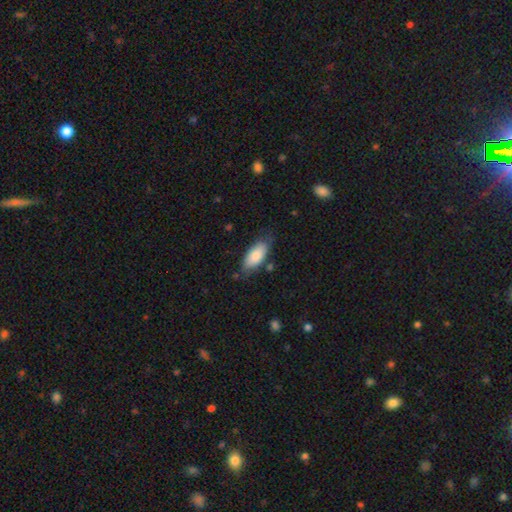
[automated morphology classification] Smooth or featured: smooth — 82% (featured or disk — 12%)
How rounded: in between — 87% (cigar-shaped — 11%)
Merging: none — 70% (minor disturbance — 22%)